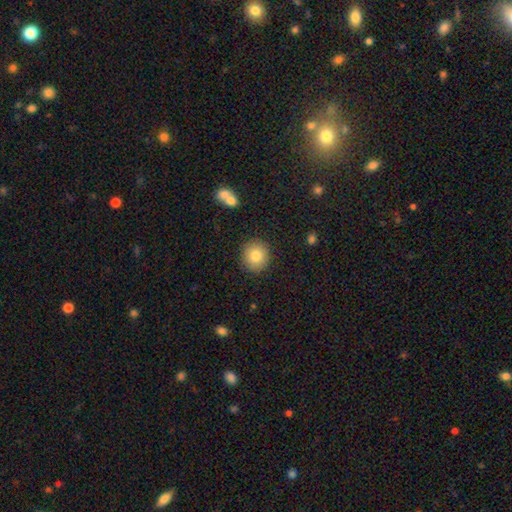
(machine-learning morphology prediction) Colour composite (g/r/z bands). It shows a smooth galaxy with no disk features (81%) that is round (90%). Merging: none (89%).